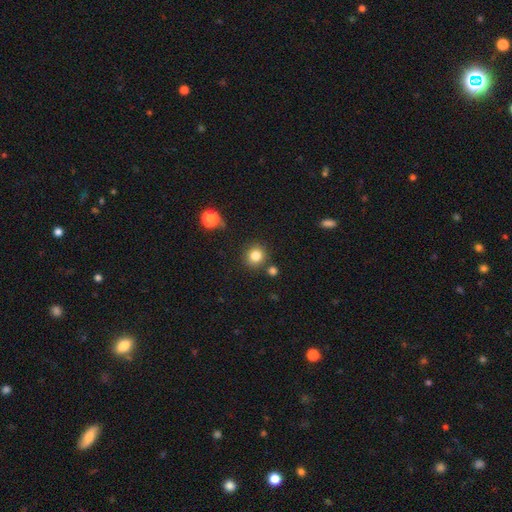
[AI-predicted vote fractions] smooth 81%, star or artifact 12%, featured or disk 7%. Down the decision tree: how rounded — round (89%); merging — none (84%).